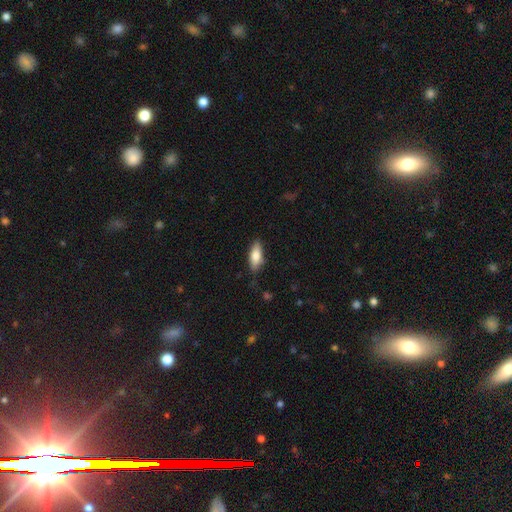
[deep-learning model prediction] A smooth galaxy with no disk features (77%) that is in between round and cigar-shaped (71%). Merging: none (81%).